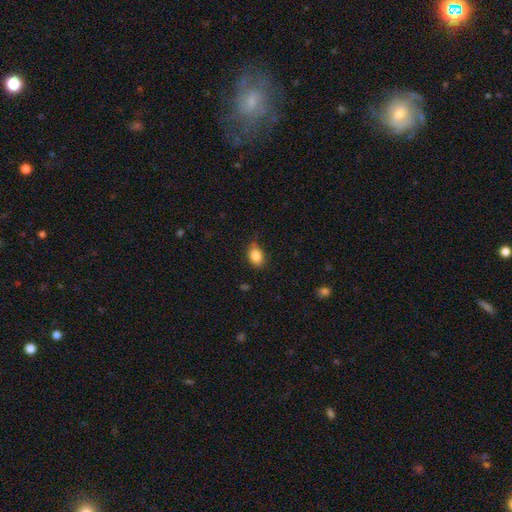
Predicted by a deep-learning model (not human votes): smooth-or-featured: smooth: 86% | star or artifact: 9% | featured or disk: 6%
  how-rounded: in between: 79% | round: 20% | cigar-shaped: 2%
  merging: none: 73% | minor disturbance: 21% | major disturbance: 4% | merger: 1%